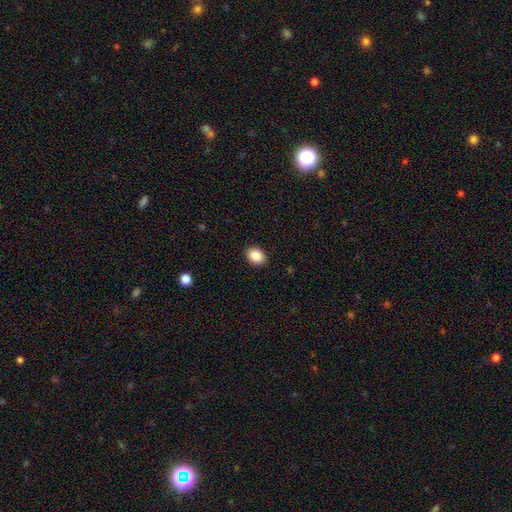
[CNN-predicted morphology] Smooth or featured? Predicted: smooth (p=0.88). How rounded? Predicted: in between (p=0.62). Merging? Predicted: none (p=0.91).